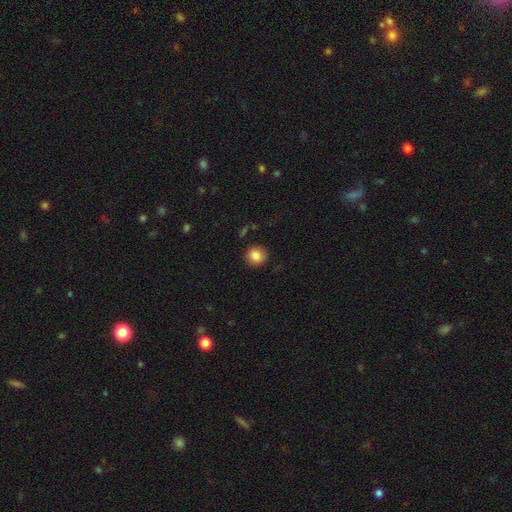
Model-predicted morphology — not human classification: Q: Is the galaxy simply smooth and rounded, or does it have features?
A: smooth — 86%.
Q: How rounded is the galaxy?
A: round — 89%.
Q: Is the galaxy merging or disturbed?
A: none — 89%.